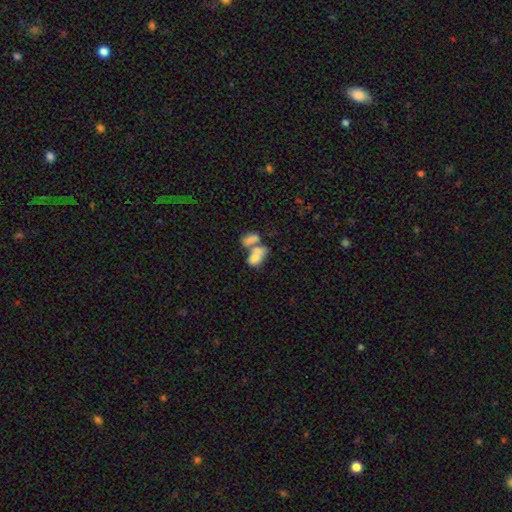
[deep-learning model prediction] This is likely a smooth galaxy (69%). How rounded: clearly in between (89%). Merging: likely merger (69%).